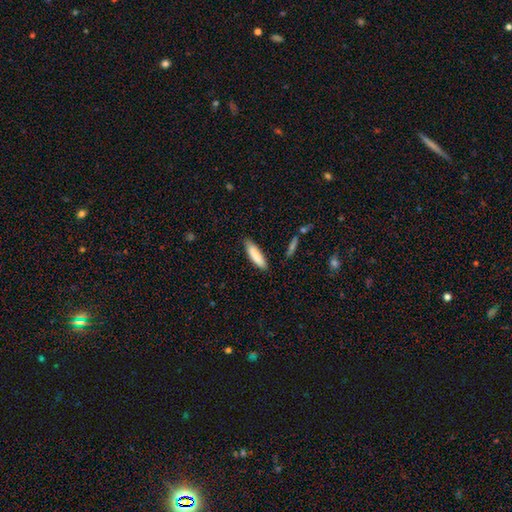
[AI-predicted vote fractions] Smooth or featured: smooth — 85% (featured or disk — 10%)
How rounded: cigar-shaped — 67% (in between — 32%)
Merging: none — 84% (minor disturbance — 12%)